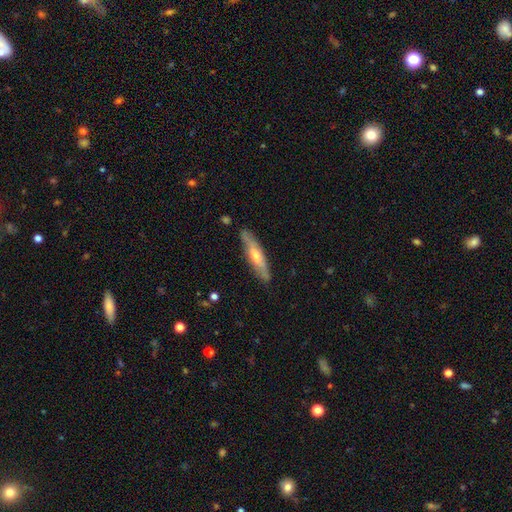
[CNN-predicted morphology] featured or disk 50%, smooth 44%, star or artifact 6%. Down the decision tree: merging — none (84%).